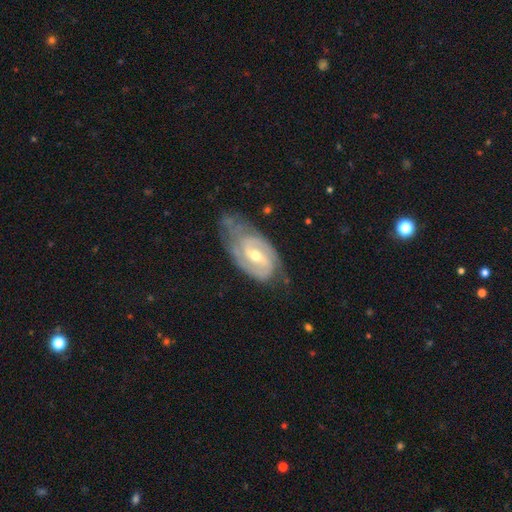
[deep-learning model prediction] smooth-or-featured: featured or disk: 86% | smooth: 9% | star or artifact: 5%
  disk-edge-on: no: 96% | yes: 4%
    bar: weak: 49% | no: 26% | strong: 25%
    has-spiral-arms: yes: 95% | no: 5%
      spiral-winding: tight: 47% | medium: 40% | loose: 12%
      spiral-arm-count: 2: 73% | can't tell: 13% | 3: 8% | 1: 3% | 4: 2% | more than 4: 2%
    bulge-size: moderate: 57% | small: 40% | large: 2% | none: 1% | dominant: 1%
  merging: none: 54% | minor disturbance: 29% | major disturbance: 15% | merger: 2%